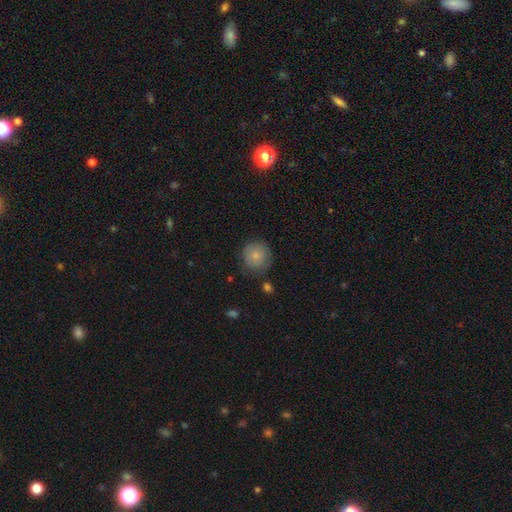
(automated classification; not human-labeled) Smooth or featured: smooth — 76% (featured or disk — 17%)
How rounded: round — 91% (in between — 8%)
Merging: none — 74% (minor disturbance — 18%)